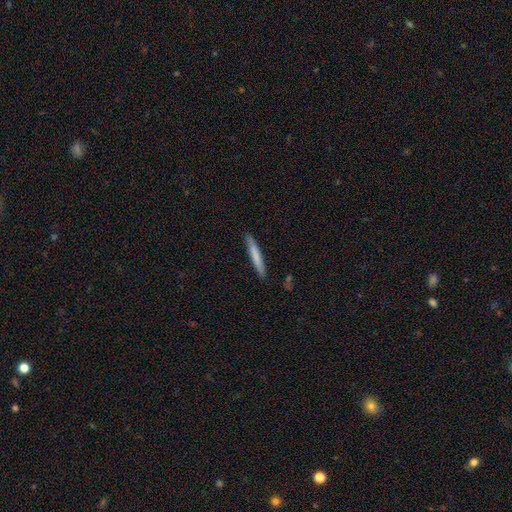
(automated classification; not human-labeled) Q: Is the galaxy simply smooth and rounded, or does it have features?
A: smooth — 74%.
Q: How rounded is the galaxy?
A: cigar-shaped — 95%.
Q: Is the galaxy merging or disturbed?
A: none — 87%.